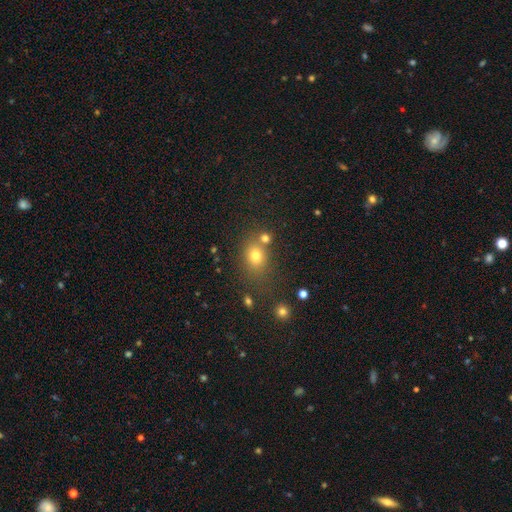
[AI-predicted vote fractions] The model was most divided on "how rounded": round: 52%, in between: 46%, cigar-shaped: 1%. More confident: smooth or featured — smooth (71%); merging — none (64%).